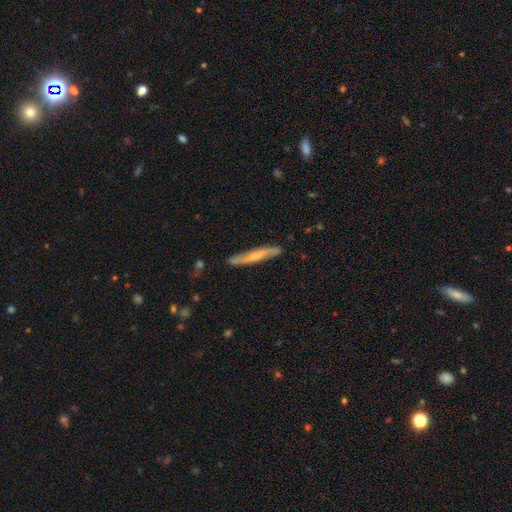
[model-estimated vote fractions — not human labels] smooth_or_featured: featured or disk (p=0.48) [alt: smooth p=0.47]
merging: none (p=0.82) [alt: minor disturbance p=0.14]